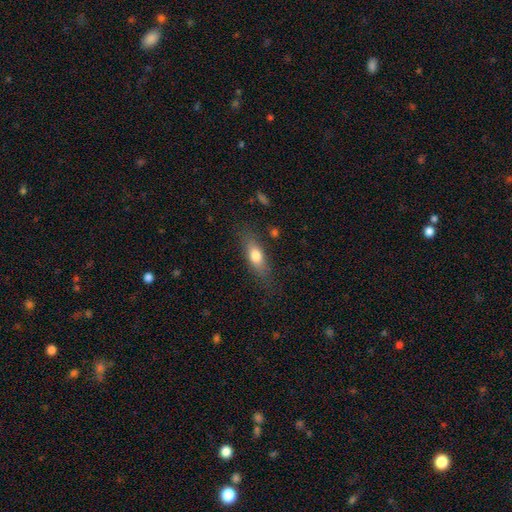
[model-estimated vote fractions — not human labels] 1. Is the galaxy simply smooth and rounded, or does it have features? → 71% smooth, 21% featured or disk, 7% star or artifact.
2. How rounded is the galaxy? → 61% in between, 35% cigar-shaped, 4% round.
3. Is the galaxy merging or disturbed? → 76% none, 16% minor disturbance, 6% major disturbance, 2% merger.